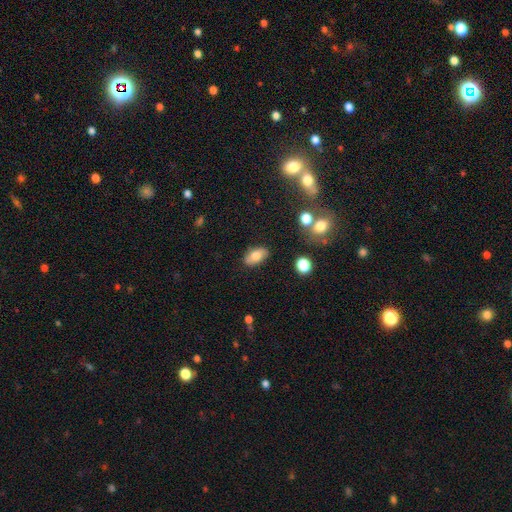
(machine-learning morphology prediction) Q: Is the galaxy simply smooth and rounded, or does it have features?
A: smooth — 75%.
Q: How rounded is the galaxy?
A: in between — 91%.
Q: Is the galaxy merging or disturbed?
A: none — 83%.